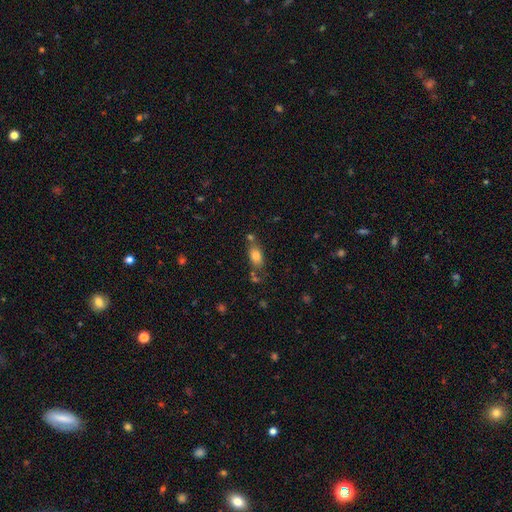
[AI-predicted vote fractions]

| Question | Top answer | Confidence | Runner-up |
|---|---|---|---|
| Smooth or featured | smooth | 80% | featured or disk (10%) |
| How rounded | in between | 85% | round (9%) |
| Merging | none | 60% | merger (17%) |